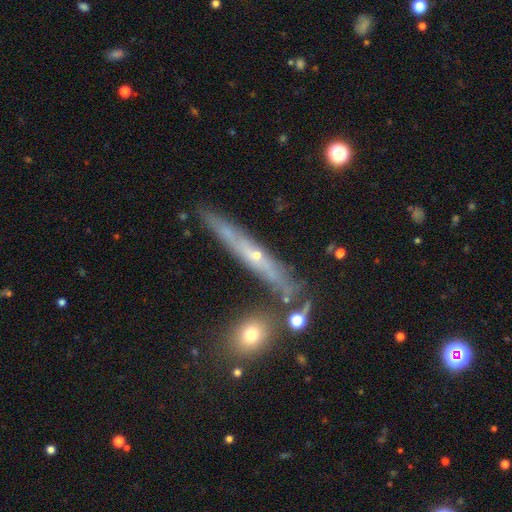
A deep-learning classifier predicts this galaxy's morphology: This appears to be a featured or disk galaxy (69%) viewed edge-on (84%) with a rounded central bulge (55%). Merging: none (79%).